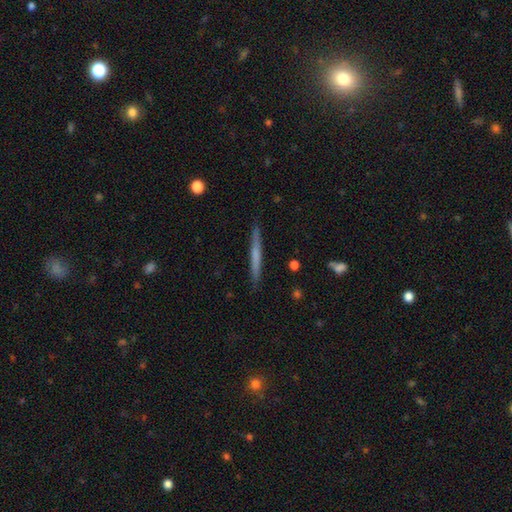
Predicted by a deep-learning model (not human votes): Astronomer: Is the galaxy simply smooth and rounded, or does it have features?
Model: smooth — 51% (runner-up: featured or disk, 44%).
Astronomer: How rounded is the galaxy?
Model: cigar-shaped — 96%.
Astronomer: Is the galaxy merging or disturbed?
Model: none — 90%.